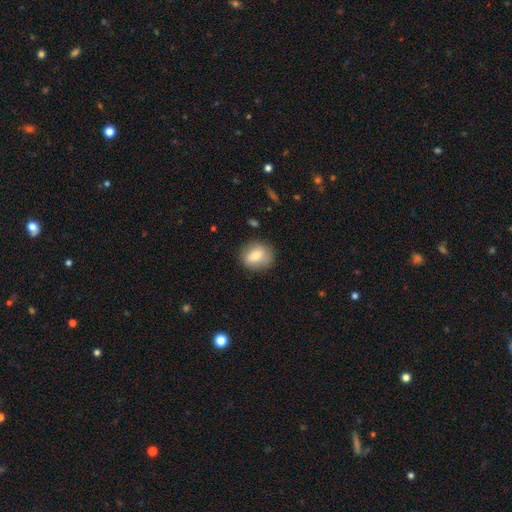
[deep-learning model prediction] smooth_or_featured: smooth (p=0.72) [alt: featured or disk p=0.20]
how_rounded: round (p=0.70) [alt: in between p=0.29]
merging: none (p=0.81) [alt: minor disturbance p=0.14]